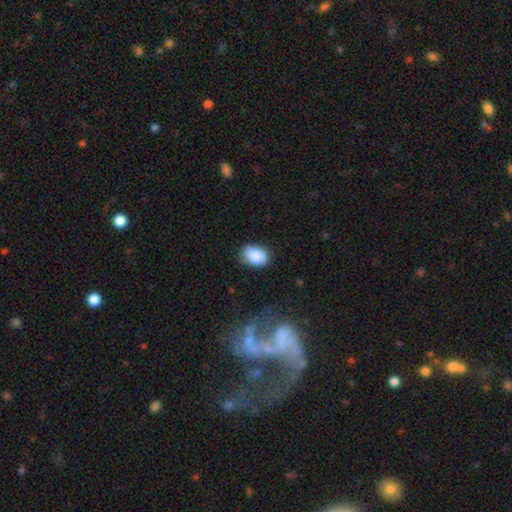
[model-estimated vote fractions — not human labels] Smooth or featured? smooth (89%)
How rounded? in between (86%)
Merging? none (83%)